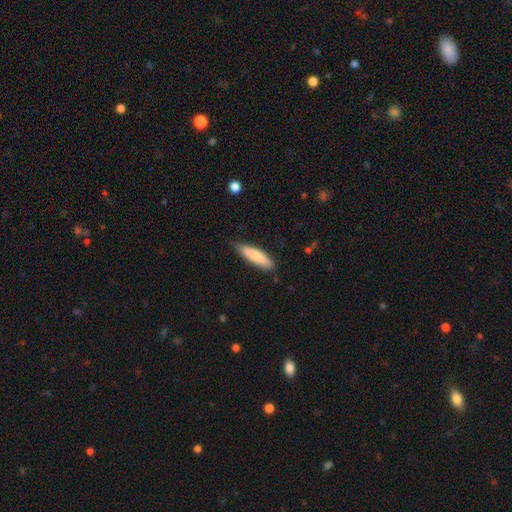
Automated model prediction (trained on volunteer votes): This is likely a smooth galaxy (80%). How rounded: likely cigar-shaped (69%). Merging: clearly none (82%).